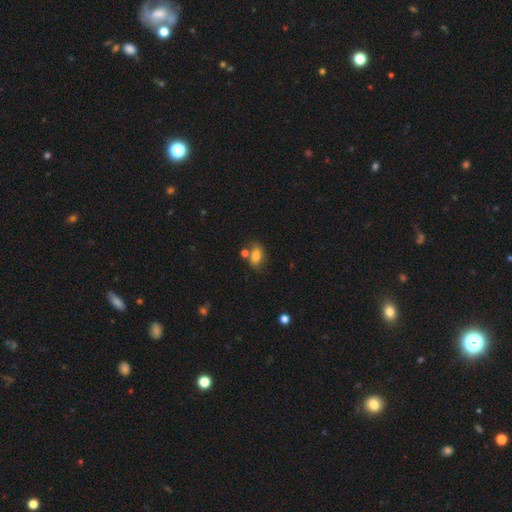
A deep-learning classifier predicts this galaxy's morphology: smooth-or-featured: smooth: 80% | featured or disk: 11% | star or artifact: 10%
  how-rounded: in between: 87% | round: 10% | cigar-shaped: 3%
  merging: none: 59% | merger: 18% | minor disturbance: 17% | major disturbance: 6%